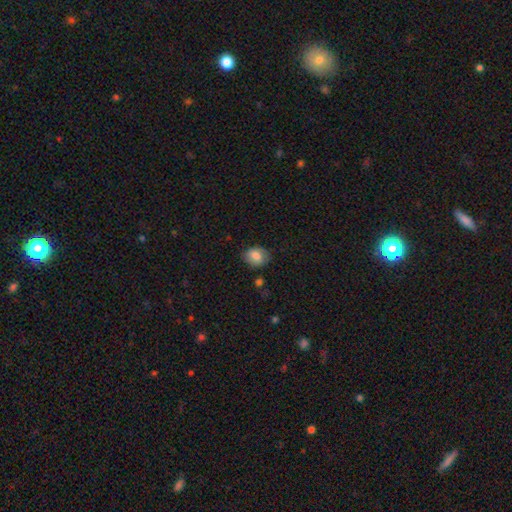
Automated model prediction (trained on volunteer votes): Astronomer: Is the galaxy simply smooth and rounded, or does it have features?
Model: smooth — 80%.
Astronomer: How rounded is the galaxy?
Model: in between — 58% (runner-up: round, 41%).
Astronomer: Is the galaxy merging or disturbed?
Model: none — 74%.